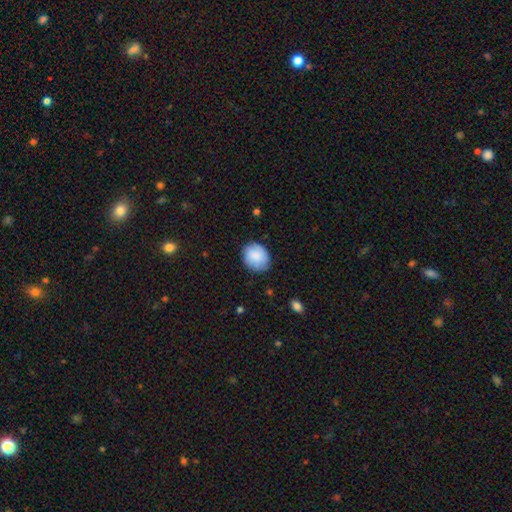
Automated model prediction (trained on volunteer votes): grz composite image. It shows a smooth galaxy with no disk features (82%) that is round (59%). Merging: none (77%).